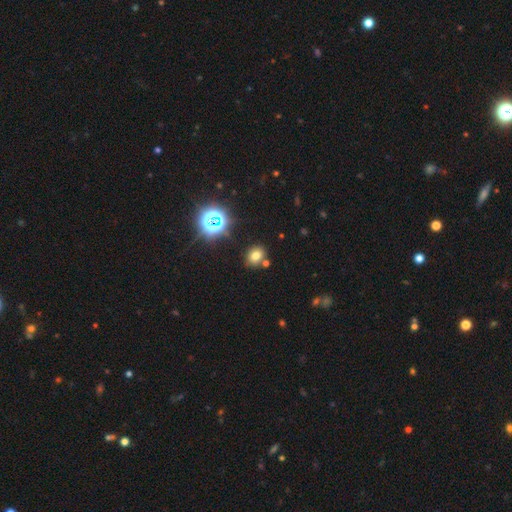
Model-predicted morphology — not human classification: Smooth or featured? smooth (69%)
How rounded? round (52%)
Merging? none (78%)